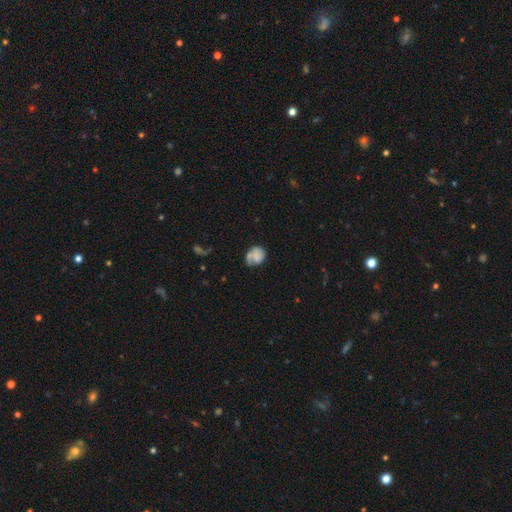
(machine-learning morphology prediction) Smooth or featured?
  - smooth: 63% *
  - featured or disk: 29%
  - star or artifact: 9%
How rounded?
  - round: 54% *
  - in between: 45%
  - cigar-shaped: 1%
Merging?
  - none: 45% *
  - minor disturbance: 28%
  - merger: 14%
  - major disturbance: 13%